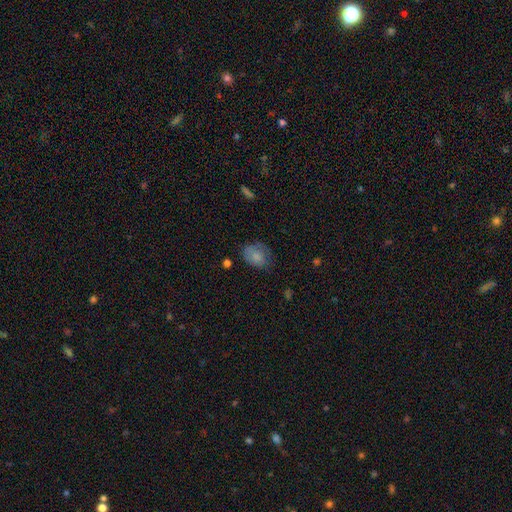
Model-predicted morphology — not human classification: This is likely a smooth galaxy (77%). How rounded: likely in between (64%). Merging: possibly none (58%).